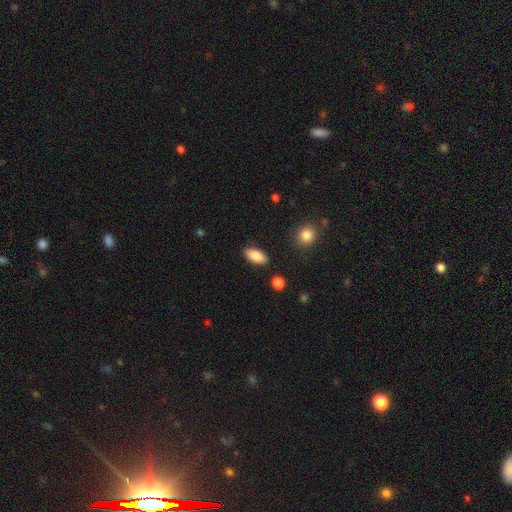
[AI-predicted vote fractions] smooth_or_featured: smooth (p=0.86) [alt: featured or disk p=0.07]
how_rounded: in between (p=0.88) [alt: cigar-shaped p=0.09]
merging: none (p=0.87) [alt: minor disturbance p=0.09]